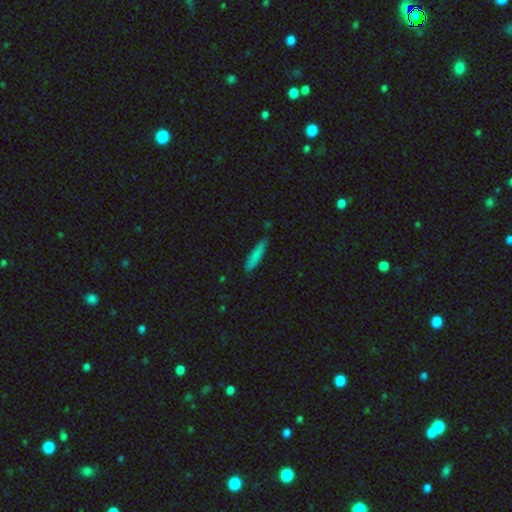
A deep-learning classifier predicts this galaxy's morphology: A smooth galaxy with no disk features (81%) that is cigar-shaped (88%). Merging: none (80%).